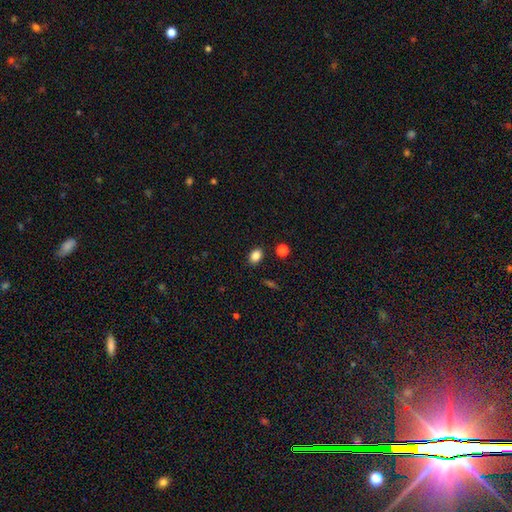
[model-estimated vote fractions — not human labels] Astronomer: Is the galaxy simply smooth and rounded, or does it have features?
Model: smooth — 85%.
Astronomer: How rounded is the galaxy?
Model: in between — 76%.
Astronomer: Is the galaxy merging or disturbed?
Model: none — 86%.